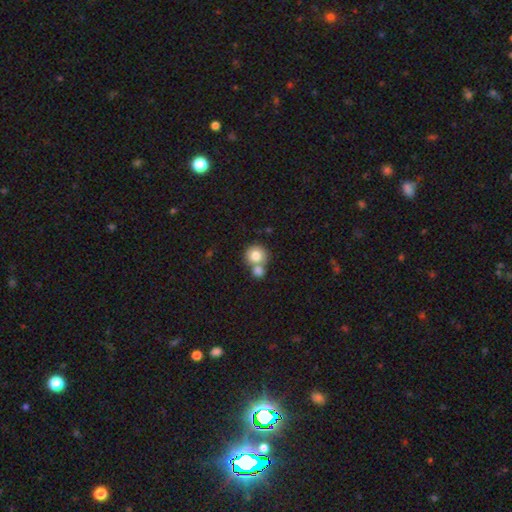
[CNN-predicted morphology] This is likely a smooth galaxy (80%). How rounded: clearly round (89%). Merging: possibly merger (47%).